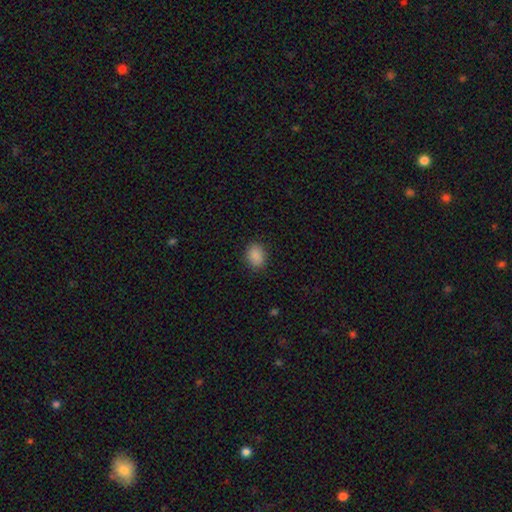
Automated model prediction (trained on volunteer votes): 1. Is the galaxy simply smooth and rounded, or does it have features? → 88% smooth, 9% star or artifact, 3% featured or disk.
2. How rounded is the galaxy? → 53% in between, 46% round, 1% cigar-shaped.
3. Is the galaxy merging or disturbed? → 86% none, 10% minor disturbance, 3% major disturbance, 1% merger.